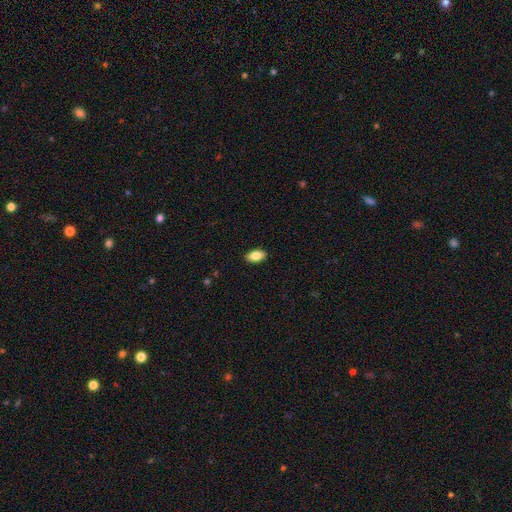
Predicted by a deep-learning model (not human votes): Smooth or featured: smooth — 84% (featured or disk — 8%)
How rounded: in between — 92% (round — 5%)
Merging: none — 90% (minor disturbance — 8%)